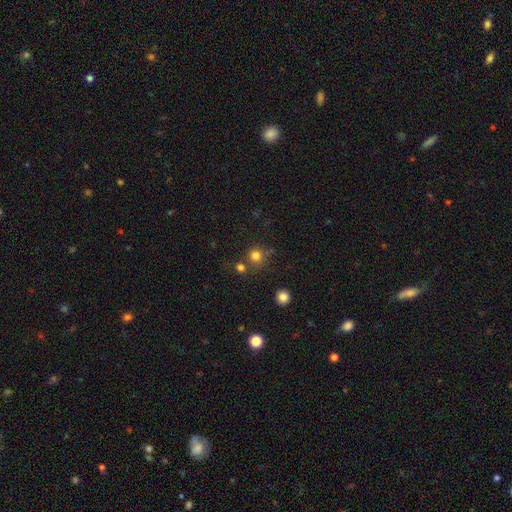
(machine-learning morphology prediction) Smooth or featured?
  - smooth: 79% *
  - star or artifact: 16%
  - featured or disk: 6%
How rounded?
  - round: 91% *
  - in between: 8%
  - cigar-shaped: 1%
Merging?
  - none: 71% *
  - merger: 15%
  - minor disturbance: 10%
  - major disturbance: 4%